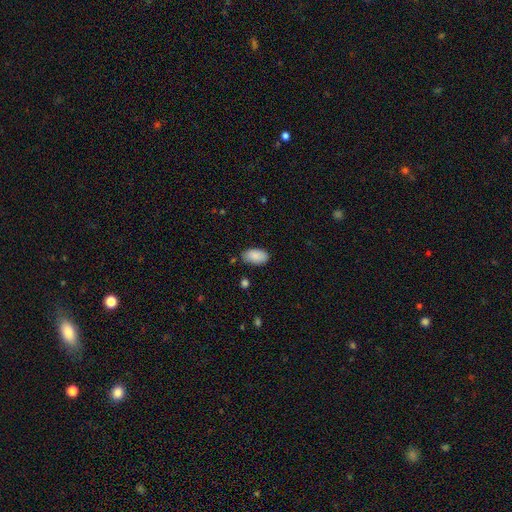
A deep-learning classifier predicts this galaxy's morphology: The model was most divided on "merging": none: 78%, minor disturbance: 17%, major disturbance: 3%, merger: 2%. More confident: how rounded — in between (95%); smooth or featured — smooth (88%).